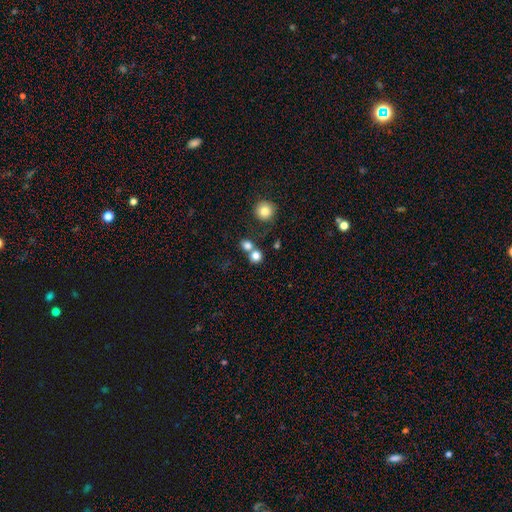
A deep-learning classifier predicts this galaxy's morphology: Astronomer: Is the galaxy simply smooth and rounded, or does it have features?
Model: smooth — 79%.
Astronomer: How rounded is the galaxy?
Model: round — 84%.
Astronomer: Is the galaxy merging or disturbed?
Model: none — 52% (runner-up: merger, 38%).